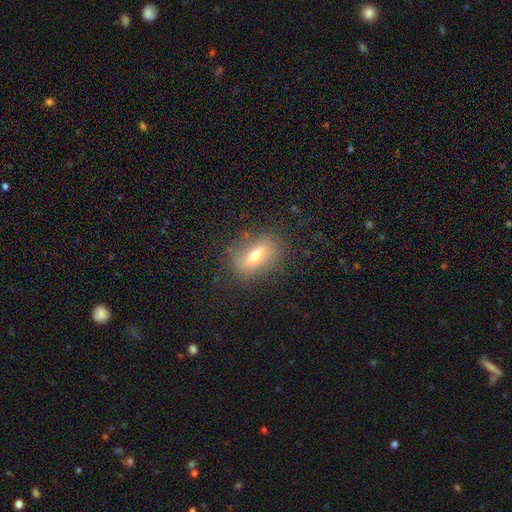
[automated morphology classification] Smooth or featured?
  - smooth: 46% *
  - featured or disk: 42%
  - star or artifact: 12%
Merging?
  - none: 83% *
  - minor disturbance: 12%
  - major disturbance: 4%
  - merger: 1%